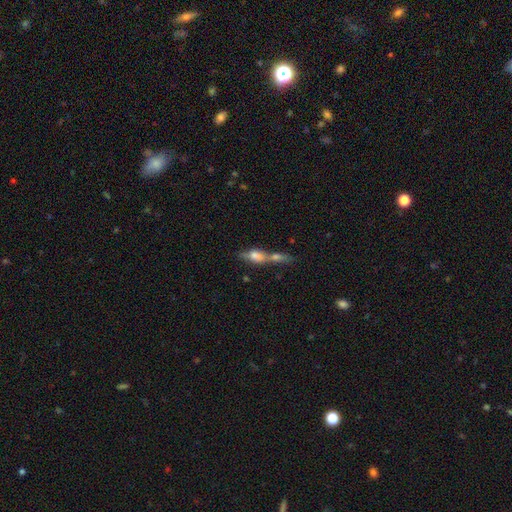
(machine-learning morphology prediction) type=smooth (51%); roundness=in between (52%); merging=merger (63%).